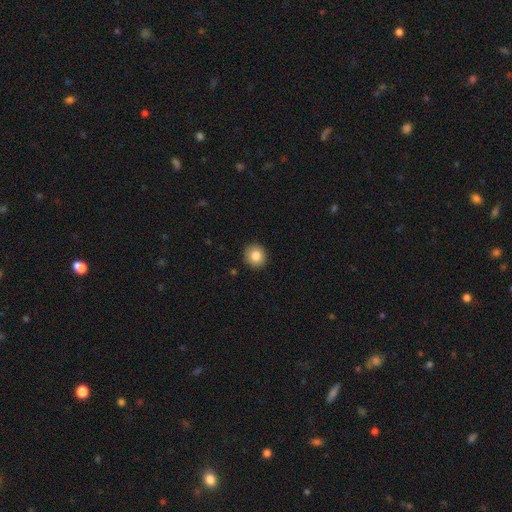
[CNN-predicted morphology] smooth 84%, star or artifact 9%, featured or disk 7%. Down the decision tree: how rounded — round (89%); merging — none (91%).